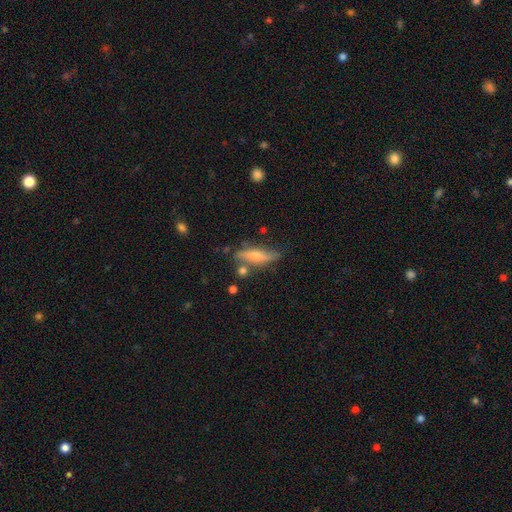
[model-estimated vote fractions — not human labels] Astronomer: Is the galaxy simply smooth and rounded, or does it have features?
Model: smooth — 52% (runner-up: featured or disk, 40%).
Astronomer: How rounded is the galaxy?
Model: cigar-shaped — 68%.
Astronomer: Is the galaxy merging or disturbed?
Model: none — 67%.